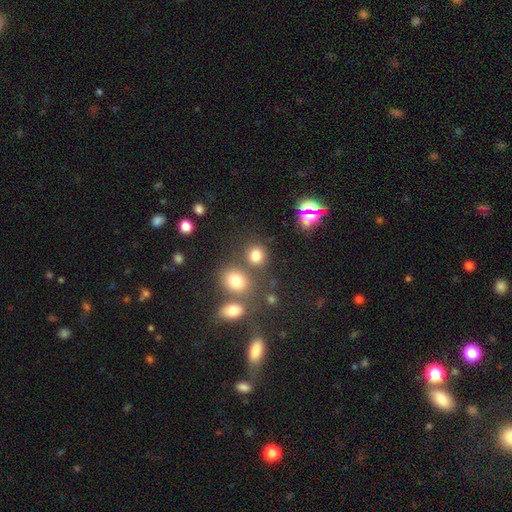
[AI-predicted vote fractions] Q: Smooth or featured?
A: smooth (74%); runner-up: star or artifact (19%)
Q: How rounded?
A: round (75%); runner-up: in between (24%)
Q: Merging?
A: none (67%); runner-up: merger (18%)